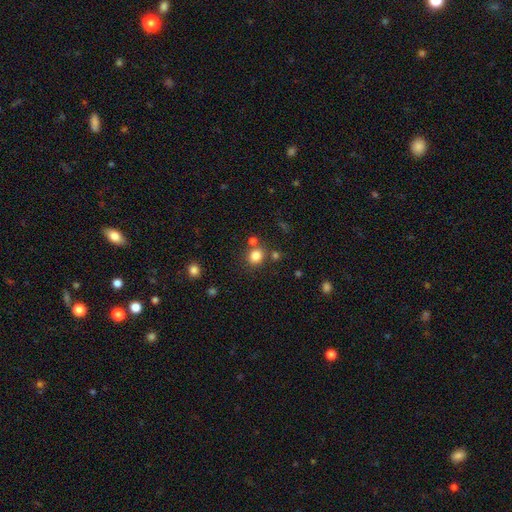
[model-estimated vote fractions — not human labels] Morphology: type=smooth (81%); roundness=round (78%); merging=none (73%).